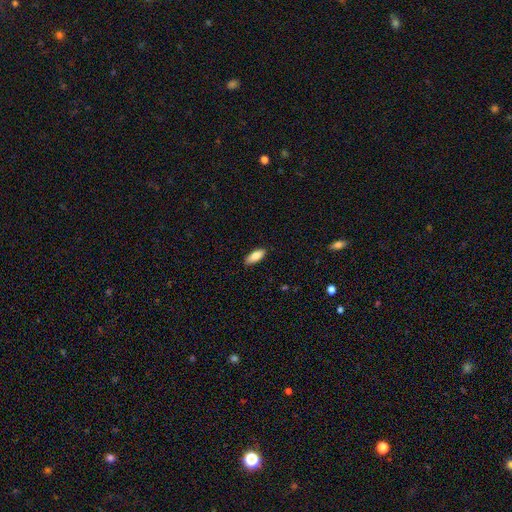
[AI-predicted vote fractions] This appears to be a smooth galaxy with no disk features (83%) that is in between round and cigar-shaped (78%). Merging: none (87%).